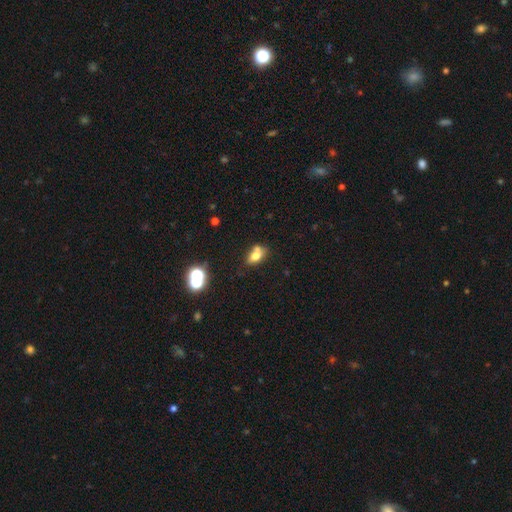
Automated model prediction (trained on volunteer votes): Smooth or featured?
  - smooth: 70% *
  - featured or disk: 19%
  - star or artifact: 12%
How rounded?
  - in between: 81% *
  - round: 15%
  - cigar-shaped: 5%
Merging?
  - none: 51% *
  - merger: 28%
  - minor disturbance: 17%
  - major disturbance: 5%